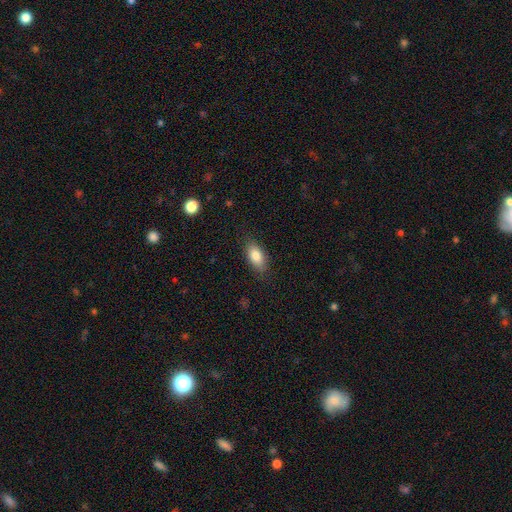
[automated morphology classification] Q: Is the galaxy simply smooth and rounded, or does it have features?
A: smooth — 83%.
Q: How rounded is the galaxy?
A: in between — 89%.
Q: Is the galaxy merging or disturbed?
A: none — 84%.